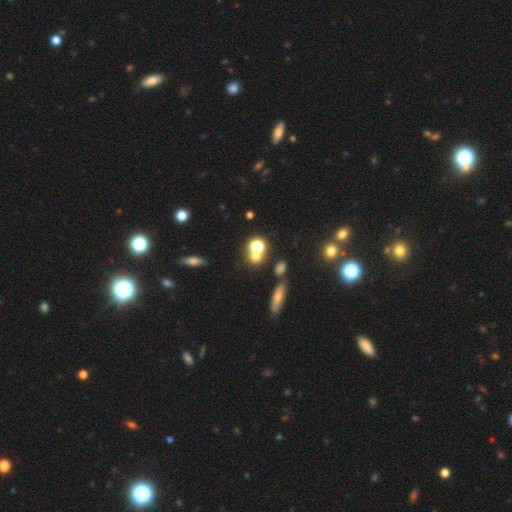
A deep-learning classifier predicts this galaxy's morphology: This is possibly a smooth galaxy (58%). How rounded: likely round (78%). Merging: possibly none (54%).